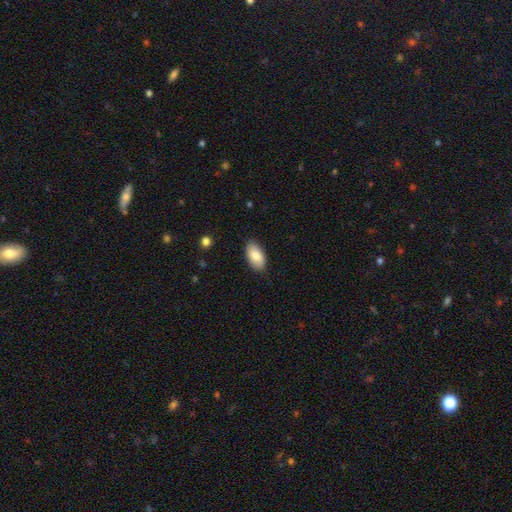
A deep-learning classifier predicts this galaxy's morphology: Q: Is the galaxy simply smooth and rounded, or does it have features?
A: smooth — 82%.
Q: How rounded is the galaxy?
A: in between — 95%.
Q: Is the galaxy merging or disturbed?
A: none — 86%.